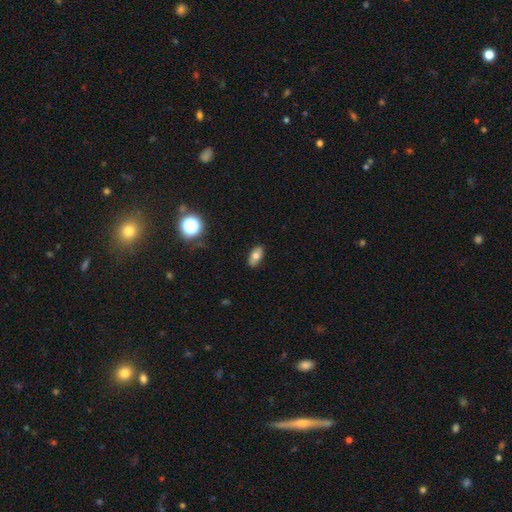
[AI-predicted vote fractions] Smooth or featured: smooth — 72% (featured or disk — 18%)
How rounded: in between — 91% (round — 5%)
Merging: none — 86% (minor disturbance — 11%)